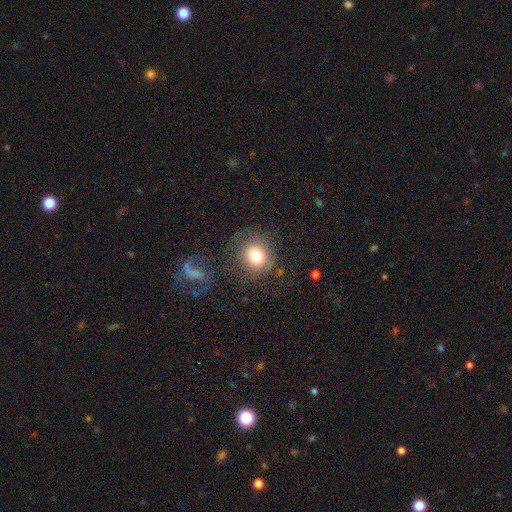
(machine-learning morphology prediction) smooth-or-featured: smooth: 77% | featured or disk: 13% | star or artifact: 10%
  how-rounded: round: 82% | in between: 17% | cigar-shaped: 1%
  merging: none: 71% | minor disturbance: 15% | major disturbance: 10% | merger: 4%